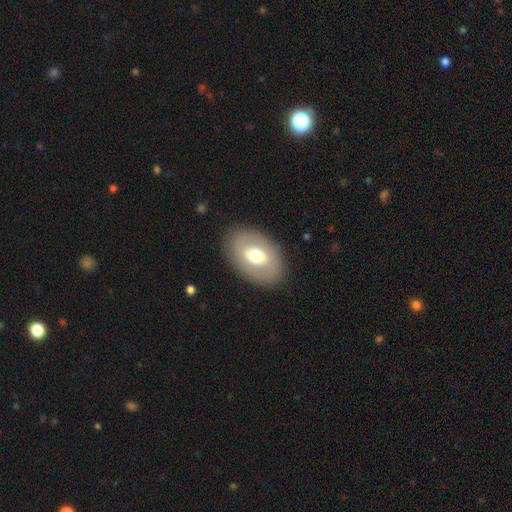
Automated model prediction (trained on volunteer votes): Smooth or featured: smooth — 52% (featured or disk — 41%)
How rounded: in between — 83% (round — 16%)
Merging: none — 84% (minor disturbance — 10%)